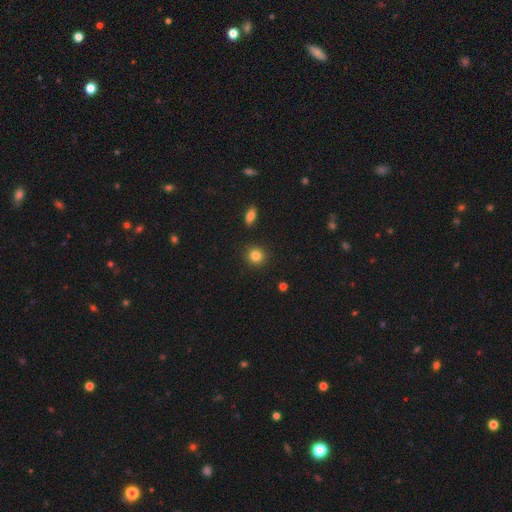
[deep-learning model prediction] Smooth or featured?
  - smooth: 83% *
  - star or artifact: 11%
  - featured or disk: 6%
How rounded?
  - round: 90% *
  - in between: 9%
  - cigar-shaped: 1%
Merging?
  - none: 91% *
  - minor disturbance: 5%
  - major disturbance: 2%
  - merger: 2%